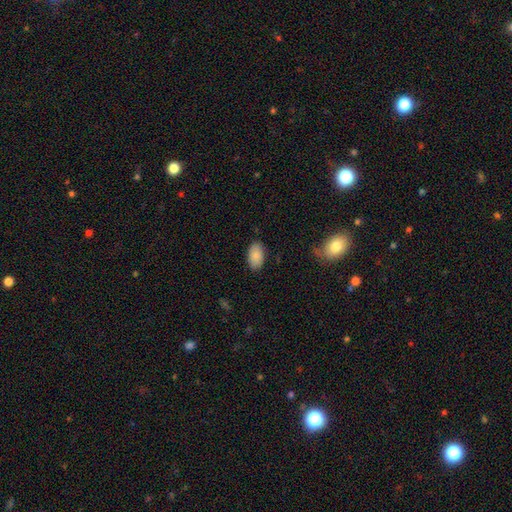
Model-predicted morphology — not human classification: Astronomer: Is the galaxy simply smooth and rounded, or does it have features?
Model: smooth — 85%.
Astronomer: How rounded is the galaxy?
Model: in between — 93%.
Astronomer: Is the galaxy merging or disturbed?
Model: none — 85%.